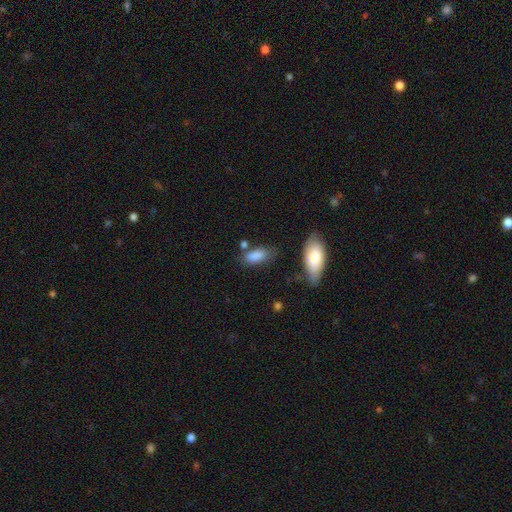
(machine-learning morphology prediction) Q: Smooth or featured?
A: smooth (86%); runner-up: star or artifact (7%)
Q: How rounded?
A: in between (86%); runner-up: cigar-shaped (11%)
Q: Merging?
A: none (59%); runner-up: minor disturbance (23%)